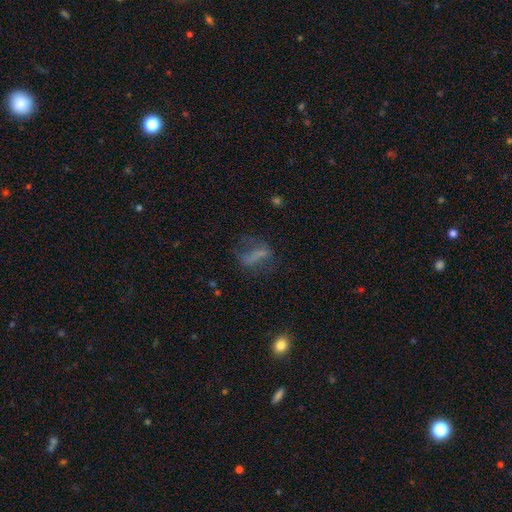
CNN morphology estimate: smooth_or_featured: smooth (p=0.45) [alt: featured or disk p=0.38]
merging: none (p=0.46) [alt: major disturbance p=0.29]